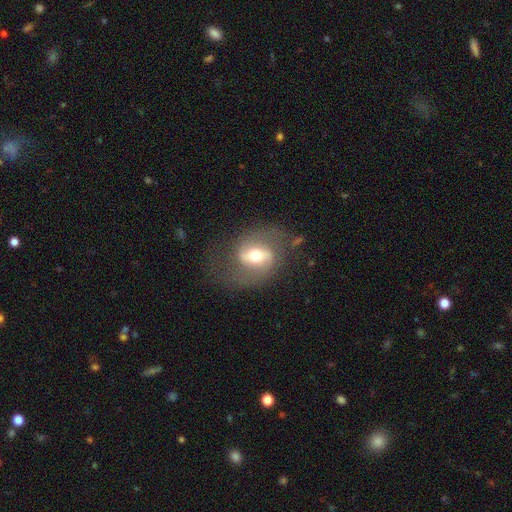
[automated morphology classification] Smooth or featured? featured or disk (73%)
Edge-on disk? no (95%)
Bar? weak (40%)
Spiral arms? yes (84%)
Spiral winding? loose (45%)
Spiral arm count? 2 (86%)
Bulge size? moderate (67%)
Merging? none (62%)